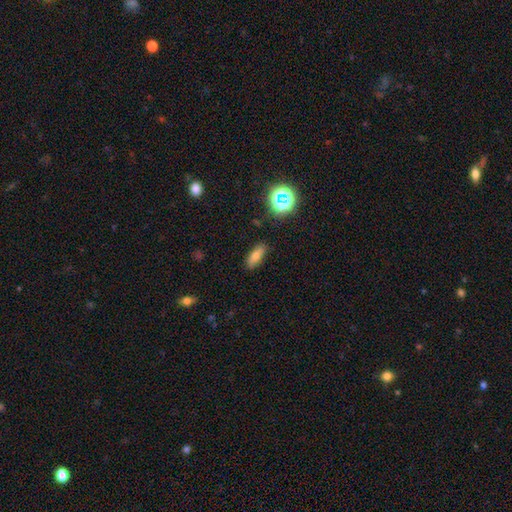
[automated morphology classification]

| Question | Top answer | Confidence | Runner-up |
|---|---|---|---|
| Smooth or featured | smooth | 74% | star or artifact (13%) |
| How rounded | in between | 68% | cigar-shaped (27%) |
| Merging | none | 85% | minor disturbance (11%) |